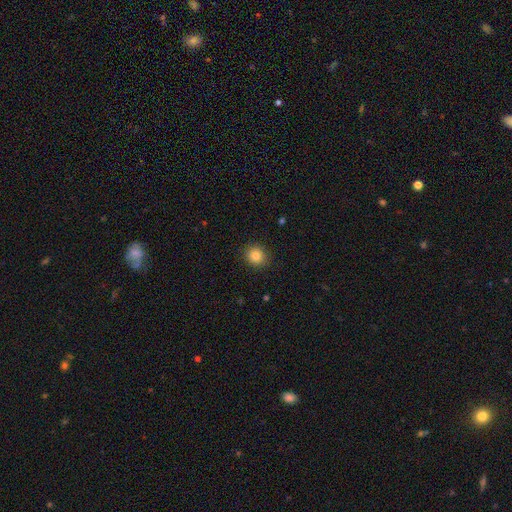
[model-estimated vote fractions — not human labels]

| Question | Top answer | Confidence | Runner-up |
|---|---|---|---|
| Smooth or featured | smooth | 82% | star or artifact (12%) |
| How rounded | round | 88% | in between (11%) |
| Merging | none | 90% | minor disturbance (7%) |